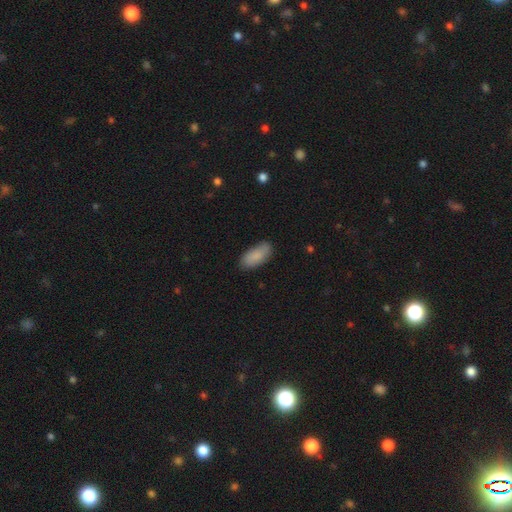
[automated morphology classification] This appears to be a smooth galaxy with no disk features (86%) that is in between round and cigar-shaped (88%). Merging: none (83%).